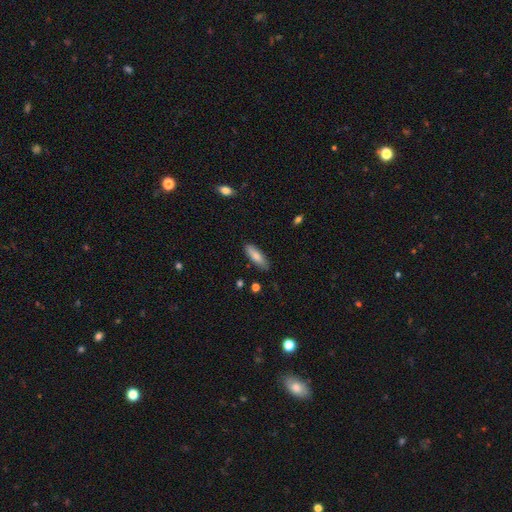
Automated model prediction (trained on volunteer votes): Smooth or featured: smooth — 81% (featured or disk — 13%)
How rounded: in between — 51% (cigar-shaped — 48%)
Merging: none — 85% (minor disturbance — 11%)